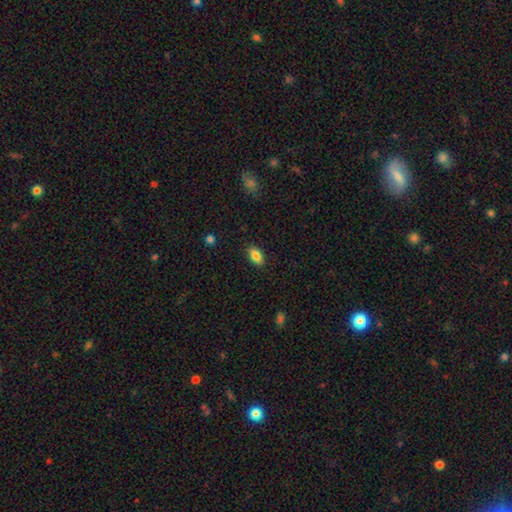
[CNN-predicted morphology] Smooth or featured: smooth — 84% (featured or disk — 8%)
How rounded: in between — 89% (cigar-shaped — 7%)
Merging: none — 87% (minor disturbance — 10%)